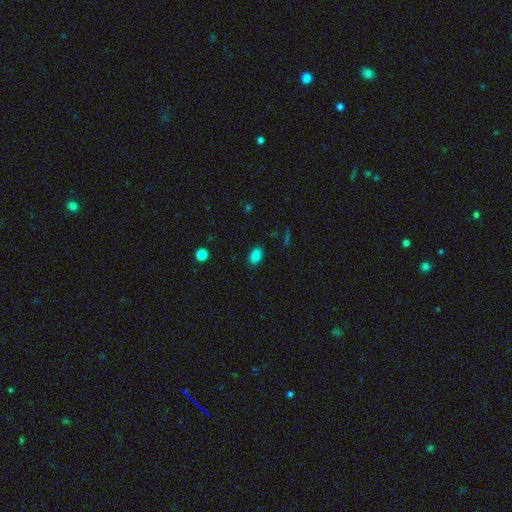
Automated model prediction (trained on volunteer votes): Morphology: type=smooth (85%); roundness=in between (85%); merging=none (84%).